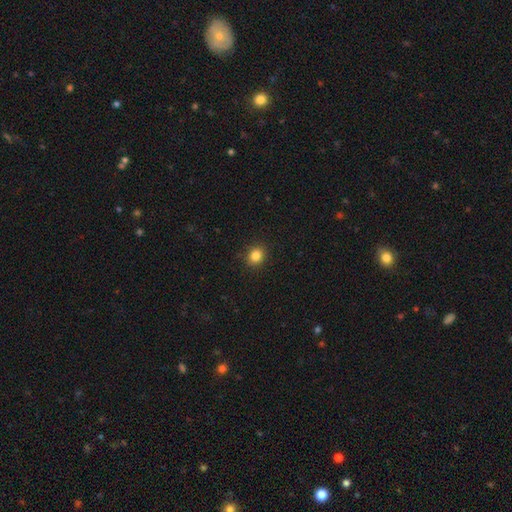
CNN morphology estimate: type=smooth (84%); roundness=round (75%); merging=none (90%).